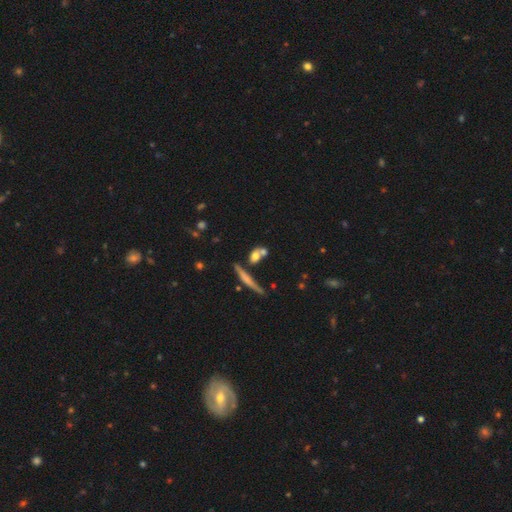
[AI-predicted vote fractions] A smooth galaxy with no disk features (62%) that is in between round and cigar-shaped (43%). Merging: none (48%).